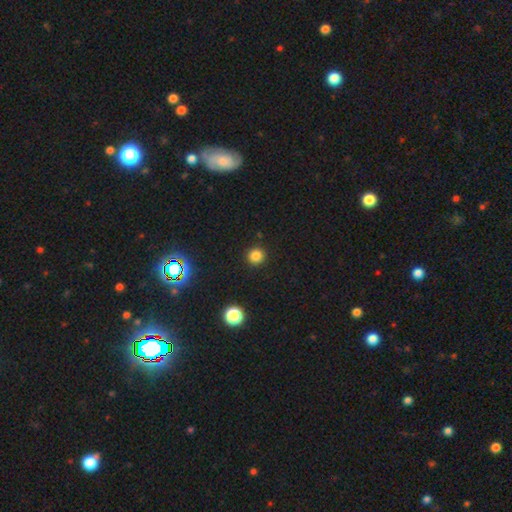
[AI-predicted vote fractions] Smooth or featured?
  - smooth: 82% *
  - star or artifact: 14%
  - featured or disk: 4%
How rounded?
  - round: 94% *
  - in between: 5%
  - cigar-shaped: 1%
Merging?
  - none: 92% *
  - minor disturbance: 5%
  - major disturbance: 2%
  - merger: 1%